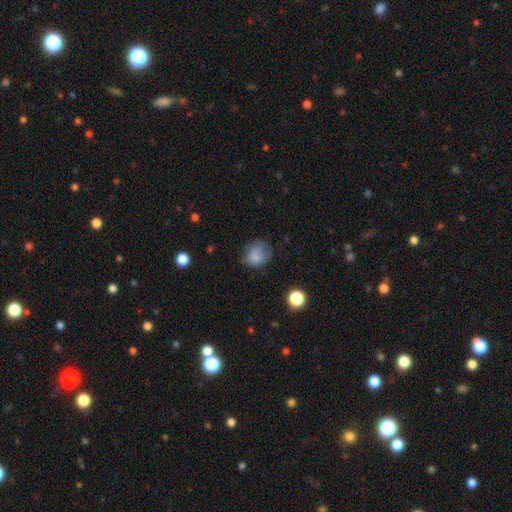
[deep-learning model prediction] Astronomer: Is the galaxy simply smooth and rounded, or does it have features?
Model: smooth — 79%.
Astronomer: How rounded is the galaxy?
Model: round — 64%.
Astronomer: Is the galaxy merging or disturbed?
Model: none — 58%.